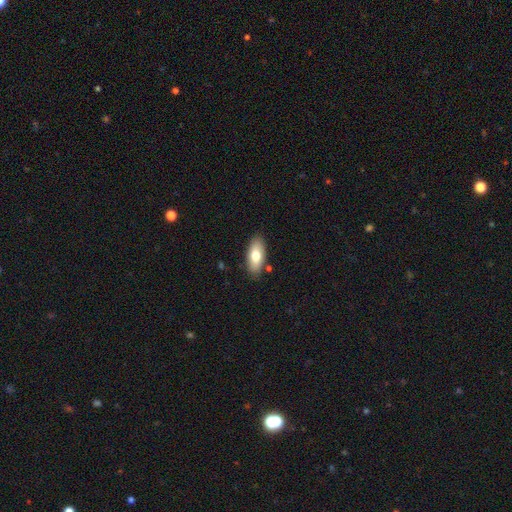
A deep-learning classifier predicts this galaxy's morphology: Q: Smooth or featured?
A: smooth (75%); runner-up: featured or disk (19%)
Q: How rounded?
A: in between (88%); runner-up: cigar-shaped (10%)
Q: Merging?
A: none (84%); runner-up: minor disturbance (11%)